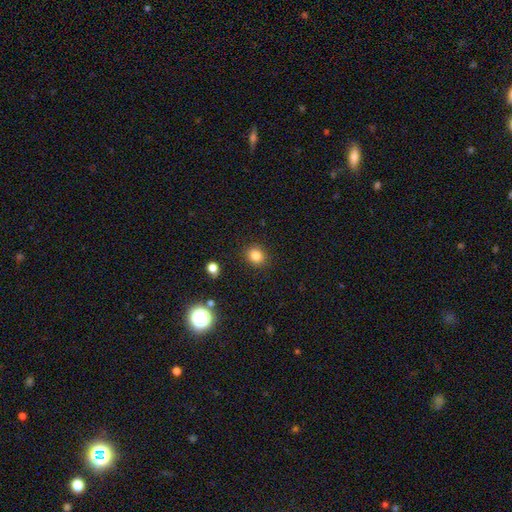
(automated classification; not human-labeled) A smooth galaxy with no disk features (83%) that is round (73%). Merging: none (89%).